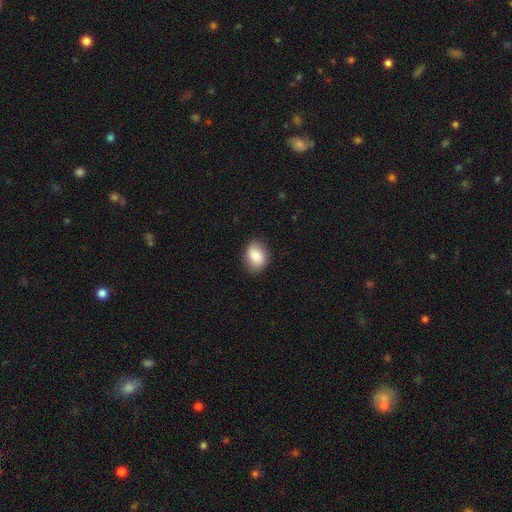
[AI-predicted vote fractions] Smooth or featured? Predicted: smooth (p=0.82). How rounded? Predicted: in between (p=0.64). Merging? Predicted: none (p=0.84).